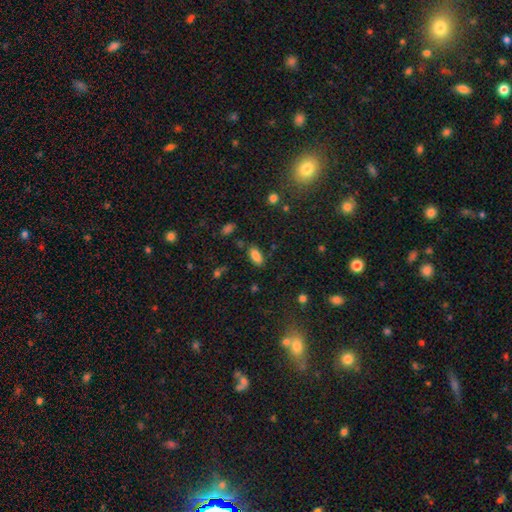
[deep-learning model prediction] Smooth or featured: smooth — 83% (star or artifact — 10%)
How rounded: in between — 88% (cigar-shaped — 9%)
Merging: none — 82% (minor disturbance — 12%)